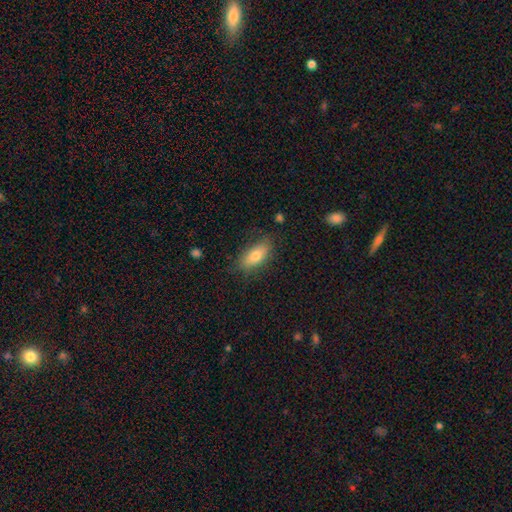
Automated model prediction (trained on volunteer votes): A smooth galaxy with no disk features (77%) that is in between round and cigar-shaped (80%).

Vote fractions:
- Smooth or featured? smooth: 77% / featured or disk: 16% / star or artifact: 7%
- How rounded? in between: 80% / cigar-shaped: 17% / round: 3%
- Merging? none: 78% / minor disturbance: 17% / major disturbance: 4% / merger: 2%